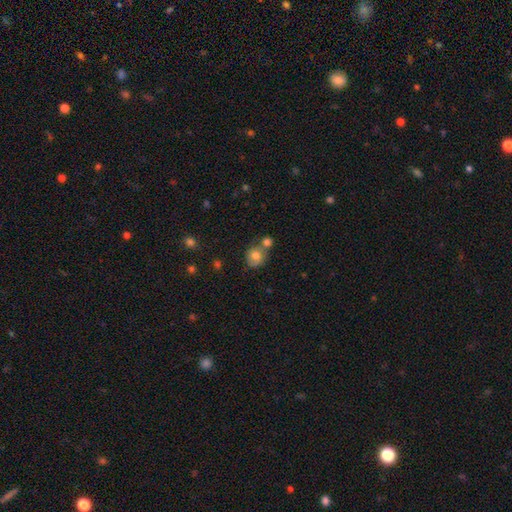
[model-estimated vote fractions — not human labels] Smooth or featured? smooth (76%)
How rounded? round (77%)
Merging? none (47%)